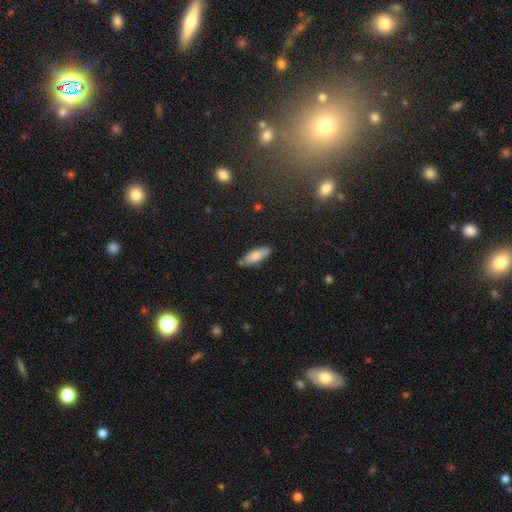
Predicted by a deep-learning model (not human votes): Smooth or featured? Predicted: smooth (p=0.80). How rounded? Predicted: in between (p=0.67). Merging? Predicted: none (p=0.82).